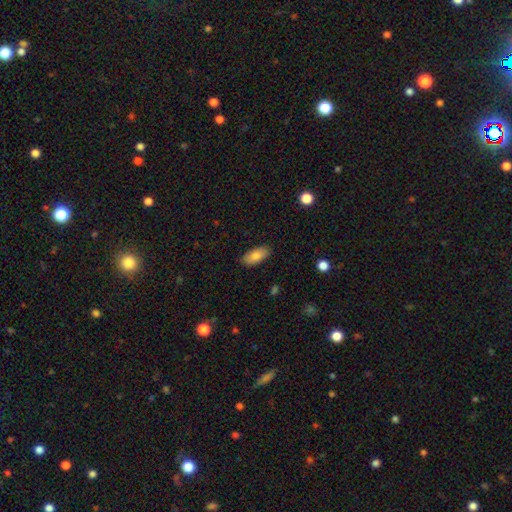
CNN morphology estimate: Overall: smooth (82%). How rounded: in between (89%). Merging: none (86%).